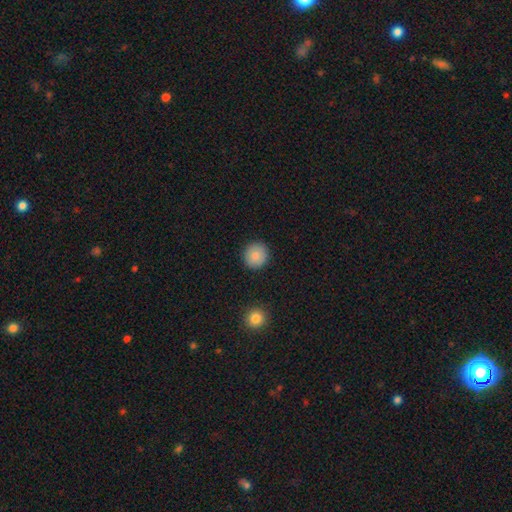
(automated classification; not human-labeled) Smooth or featured?
  - smooth: 84% *
  - star or artifact: 9%
  - featured or disk: 7%
How rounded?
  - round: 93% *
  - in between: 6%
  - cigar-shaped: 1%
Merging?
  - none: 91% *
  - minor disturbance: 6%
  - major disturbance: 2%
  - merger: 1%